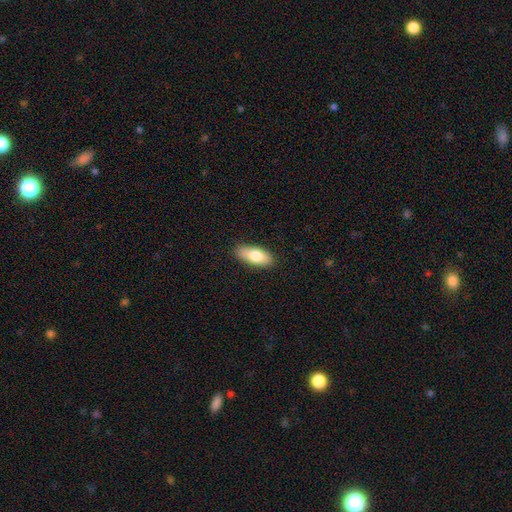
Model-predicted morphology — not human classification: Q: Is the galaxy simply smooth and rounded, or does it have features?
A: smooth — 77%.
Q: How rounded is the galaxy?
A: in between — 83%.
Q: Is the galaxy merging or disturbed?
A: none — 89%.